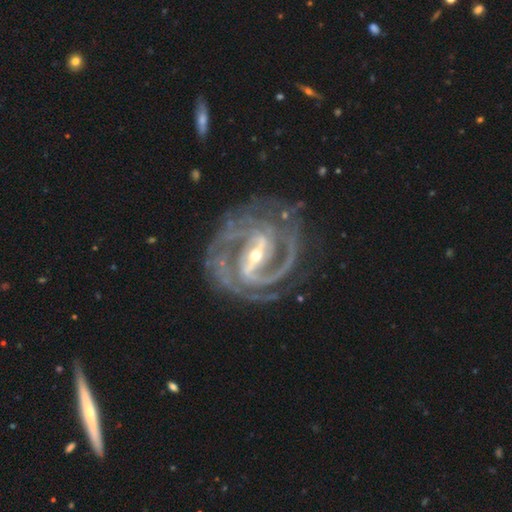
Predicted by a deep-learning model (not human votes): Smooth or featured: featured or disk — 94% (star or artifact — 4%)
Edge-on disk: no — 97% (yes — 3%)
Bar: strong — 74% (weak — 21%)
Spiral arms: yes — 99% (no — 1%)
Spiral winding: tight — 53% (medium — 41%)
Spiral arm count: 2 — 57% (3 — 21%)
Bulge size: small — 62% (moderate — 34%)
Merging: none — 75% (minor disturbance — 15%)